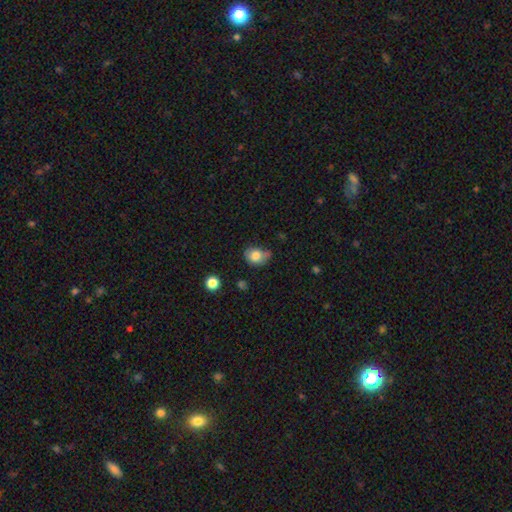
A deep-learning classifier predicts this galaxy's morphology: smooth_or_featured: smooth (p=0.78) [alt: featured or disk p=0.12]
how_rounded: in between (p=0.55) [alt: round p=0.44]
merging: none (p=0.48) [alt: minor disturbance p=0.35]